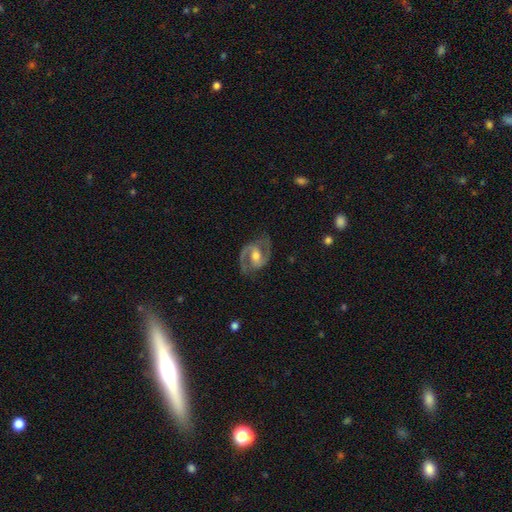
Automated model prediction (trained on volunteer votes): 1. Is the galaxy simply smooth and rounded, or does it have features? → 89% featured or disk, 6% smooth, 5% star or artifact.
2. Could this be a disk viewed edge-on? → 97% no, 3% yes.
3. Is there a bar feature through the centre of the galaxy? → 47% weak, 29% no, 24% strong.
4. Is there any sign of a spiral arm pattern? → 97% yes, 3% no.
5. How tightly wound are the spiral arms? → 62% medium, 23% tight, 15% loose.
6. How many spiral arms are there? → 93% 2, 2% can't tell, 2% 1, 1% 3, 1% 4, 1% more than 4.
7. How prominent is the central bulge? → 70% moderate, 18% small, 9% large, 2% none, 1% dominant.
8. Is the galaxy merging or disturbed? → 79% none, 14% minor disturbance, 6% major disturbance, 1% merger.